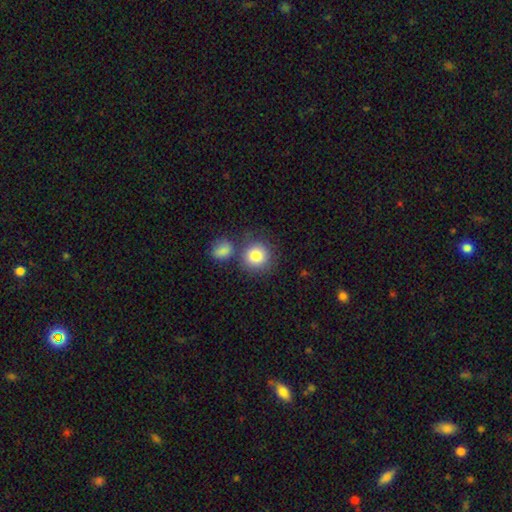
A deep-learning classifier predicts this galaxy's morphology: A smooth galaxy with no disk features (83%) that is round (88%). Merging: none (65%).